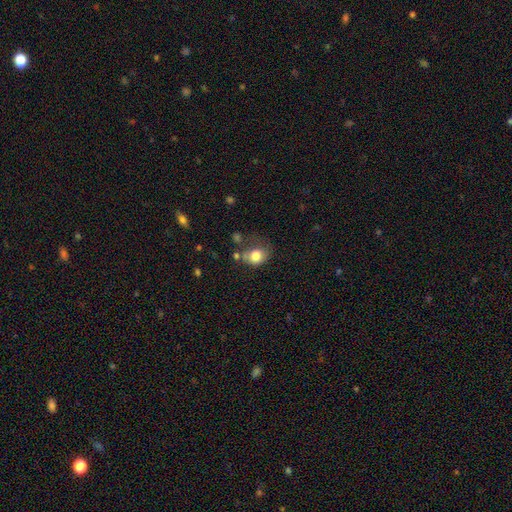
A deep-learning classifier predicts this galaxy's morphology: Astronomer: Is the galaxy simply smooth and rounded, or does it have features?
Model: smooth — 79%.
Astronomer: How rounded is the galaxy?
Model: round — 52% (runner-up: in between, 47%).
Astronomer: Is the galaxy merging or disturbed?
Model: none — 40% (runner-up: minor disturbance, 29%).